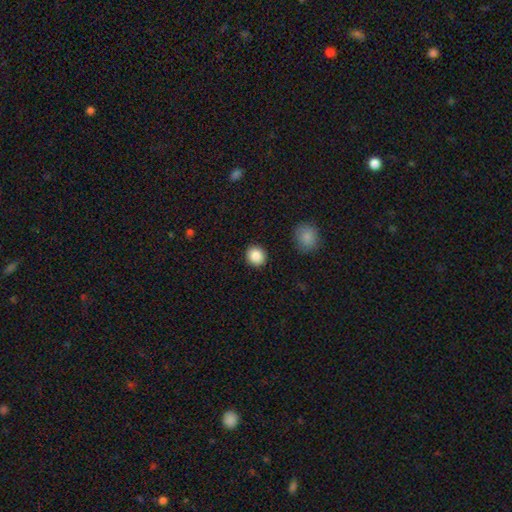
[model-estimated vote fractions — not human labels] smooth-or-featured: smooth: 88% | star or artifact: 8% | featured or disk: 4%
  how-rounded: round: 84% | in between: 15% | cigar-shaped: 1%
  merging: none: 91% | minor disturbance: 6% | major disturbance: 2% | merger: 1%